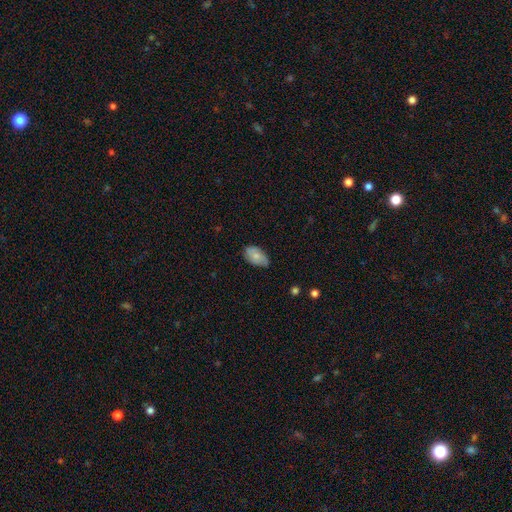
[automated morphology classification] Smooth or featured? smooth (71%)
How rounded? in between (93%)
Merging? none (65%)